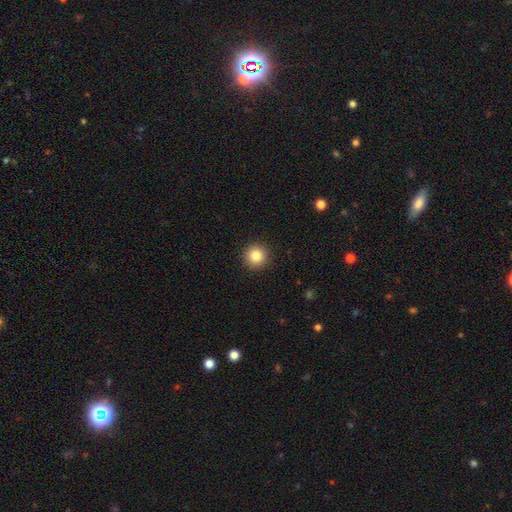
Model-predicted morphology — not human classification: Smooth or featured?
  - smooth: 84% *
  - star or artifact: 10%
  - featured or disk: 5%
How rounded?
  - round: 95% *
  - in between: 4%
  - cigar-shaped: 1%
Merging?
  - none: 93% *
  - minor disturbance: 5%
  - major disturbance: 2%
  - merger: 1%